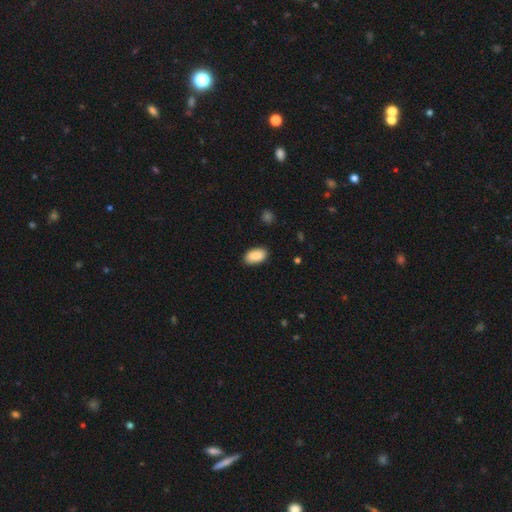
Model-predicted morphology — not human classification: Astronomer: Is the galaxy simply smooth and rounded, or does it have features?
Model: smooth — 86%.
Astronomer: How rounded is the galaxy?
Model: in between — 94%.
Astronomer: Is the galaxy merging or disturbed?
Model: none — 87%.